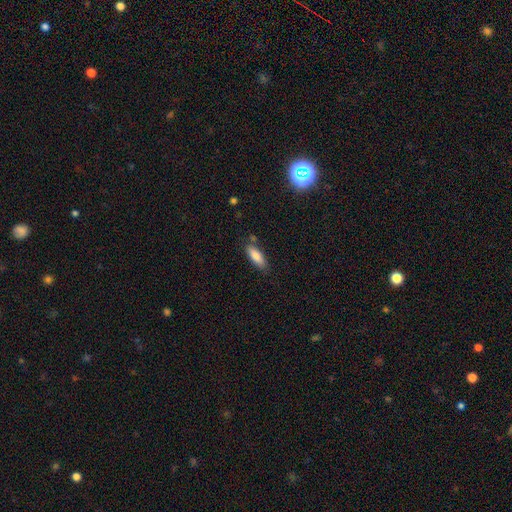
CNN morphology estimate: Q: Smooth or featured?
A: smooth (82%); runner-up: featured or disk (11%)
Q: How rounded?
A: in between (62%); runner-up: cigar-shaped (36%)
Q: Merging?
A: none (77%); runner-up: minor disturbance (15%)